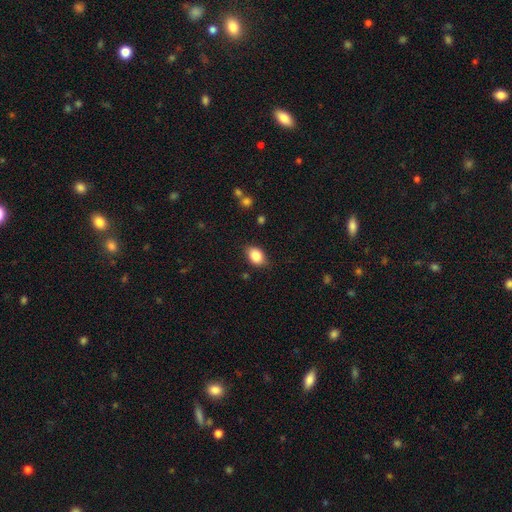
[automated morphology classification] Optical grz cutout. It shows a smooth galaxy with no disk features (86%) that is in between round and cigar-shaped (80%). Merging: none (82%).